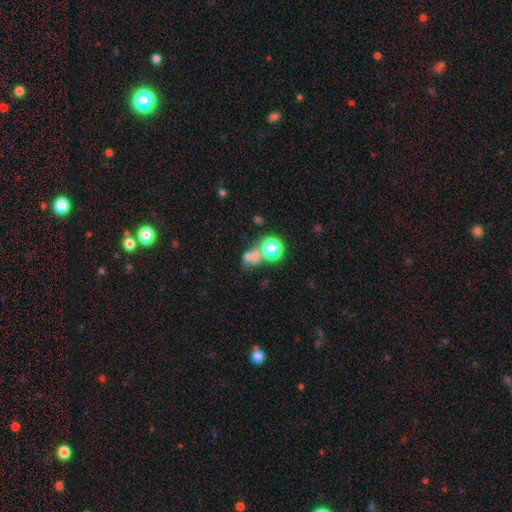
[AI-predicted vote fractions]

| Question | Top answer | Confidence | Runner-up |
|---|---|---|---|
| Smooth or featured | smooth | 56% | star or artifact (27%) |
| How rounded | round | 72% | in between (27%) |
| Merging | merger | 46% | none (38%) |